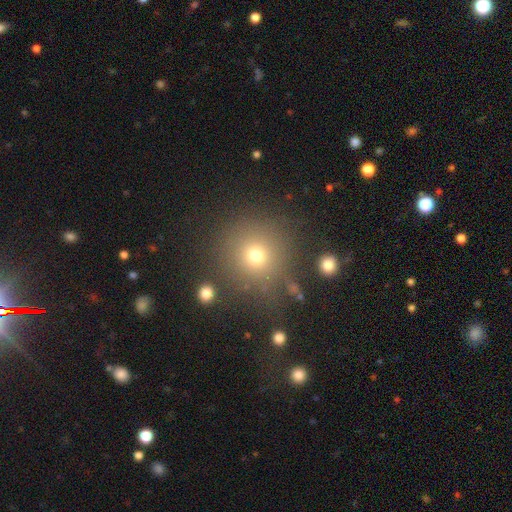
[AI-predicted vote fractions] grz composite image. It shows a smooth galaxy with no disk features (71%) that is round (93%). Merging: none (81%).